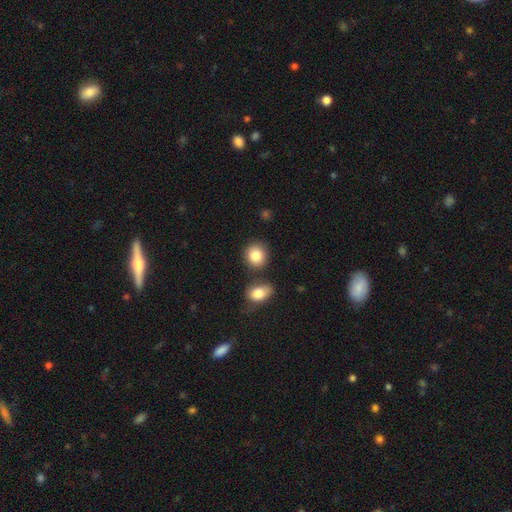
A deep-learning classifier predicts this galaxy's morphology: A smooth galaxy with no disk features (85%) that is round (78%). Merging: none (74%).